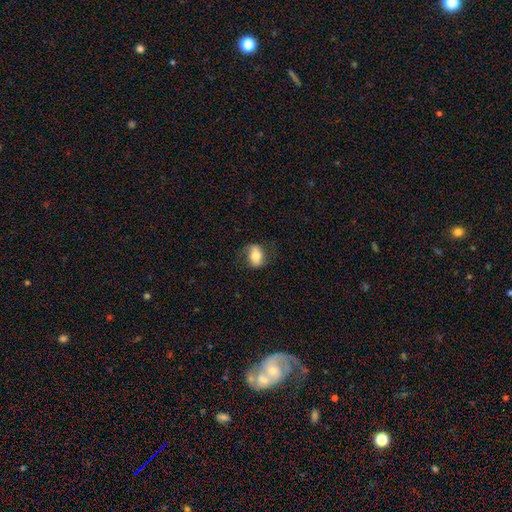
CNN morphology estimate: type=smooth (60%); roundness=in between (75%); merging=none (69%).